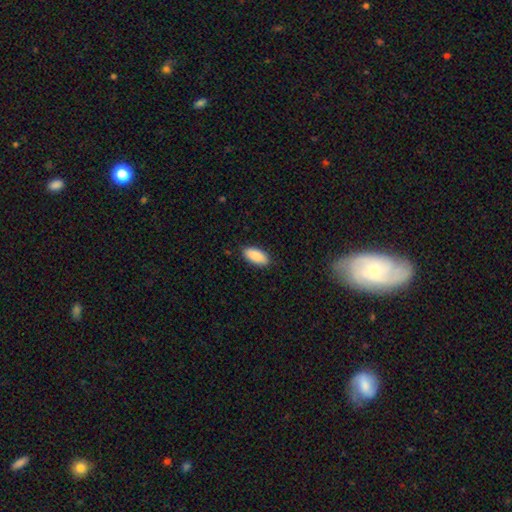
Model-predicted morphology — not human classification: The model was most divided on "merging": none: 87%, minor disturbance: 10%, major disturbance: 2%, merger: 1%. More confident: how rounded — in between (91%); smooth or featured — smooth (90%).